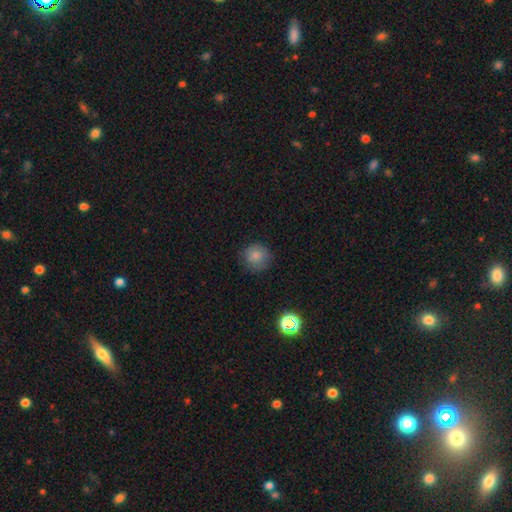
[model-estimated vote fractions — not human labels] Smooth or featured? smooth (83%)
How rounded? round (92%)
Merging? none (82%)